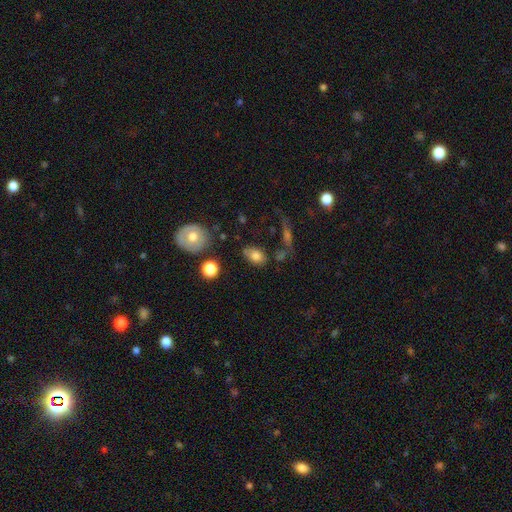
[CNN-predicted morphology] Smooth or featured?
  - smooth: 78% *
  - featured or disk: 12%
  - star or artifact: 10%
How rounded?
  - in between: 78% *
  - round: 20%
  - cigar-shaped: 2%
Merging?
  - none: 65% *
  - minor disturbance: 21%
  - major disturbance: 7%
  - merger: 7%